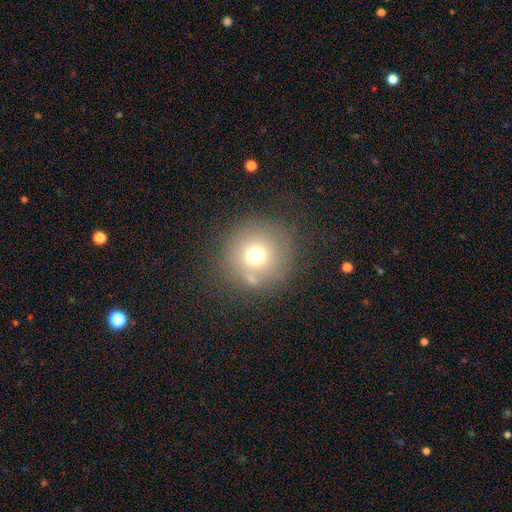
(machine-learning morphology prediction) Overall: smooth (69%). How rounded: round (94%). Merging: none (78%).